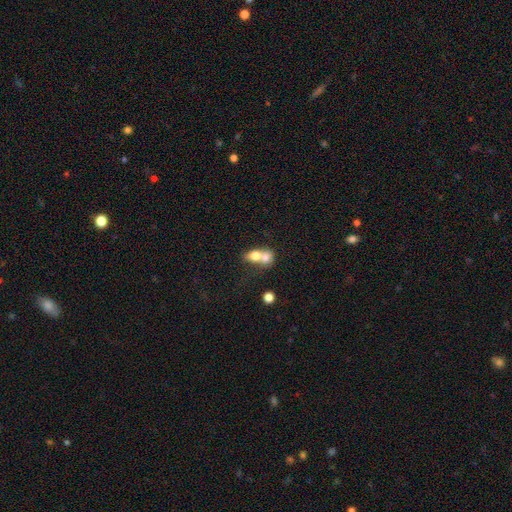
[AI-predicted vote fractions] smooth_or_featured: smooth (p=0.70) [alt: featured or disk p=0.21]
how_rounded: in between (p=0.60) [alt: round p=0.38]
merging: merger (p=0.74) [alt: none p=0.16]